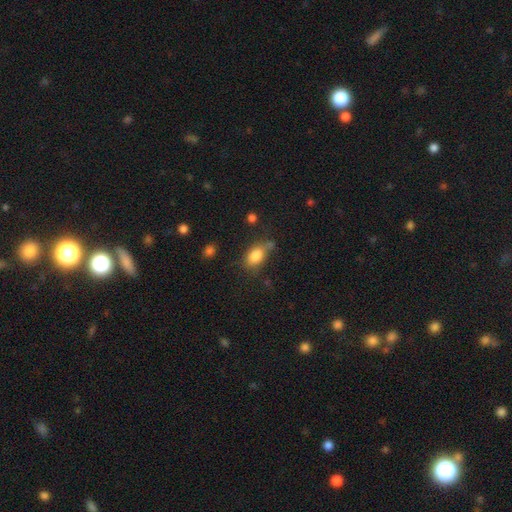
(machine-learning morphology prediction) Smooth or featured? smooth (82%)
How rounded? in between (84%)
Merging? none (55%)